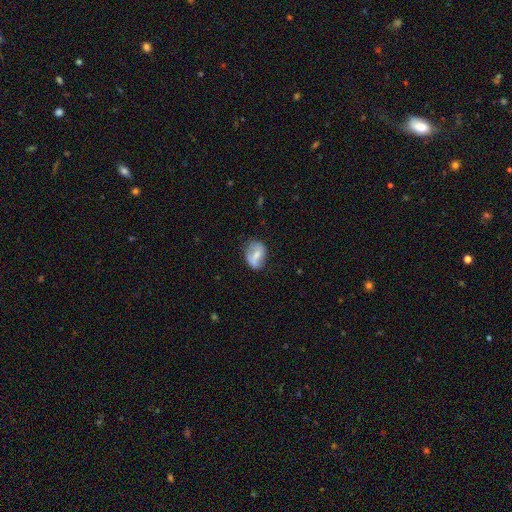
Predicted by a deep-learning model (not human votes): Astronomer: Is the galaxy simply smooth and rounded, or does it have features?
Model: smooth — 53% (runner-up: featured or disk, 39%).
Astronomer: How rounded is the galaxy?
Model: in between — 71%.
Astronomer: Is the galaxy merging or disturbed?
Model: none — 58%.